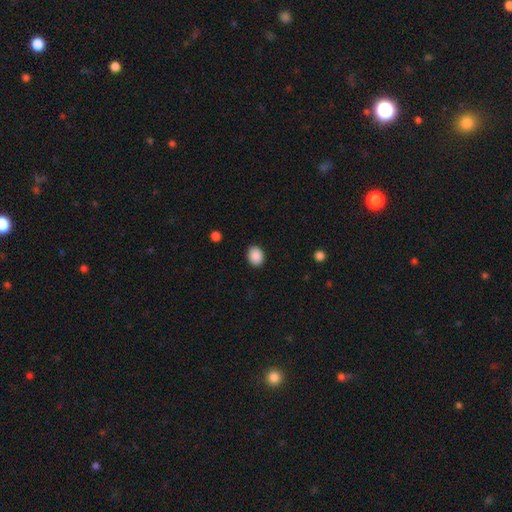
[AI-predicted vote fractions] A smooth galaxy with no disk features (90%) that is in between round and cigar-shaped (50%).

Vote fractions:
- Smooth or featured? smooth: 90% / star or artifact: 8% / featured or disk: 2%
- How rounded? in between: 50% / round: 49% / cigar-shaped: 1%
- Merging? none: 90% / minor disturbance: 7% / major disturbance: 2% / merger: 1%